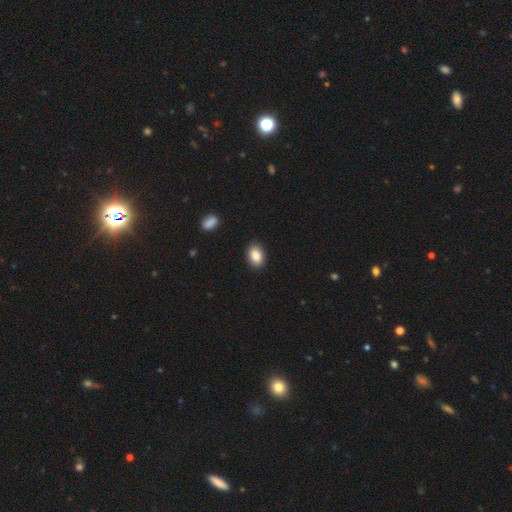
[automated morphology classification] A smooth galaxy with no disk features (87%) that is in between round and cigar-shaped (84%).

Vote fractions:
- Smooth or featured? smooth: 87% / star or artifact: 8% / featured or disk: 5%
- How rounded? in between: 84% / round: 15% / cigar-shaped: 1%
- Merging? none: 88% / minor disturbance: 8% / major disturbance: 2% / merger: 1%